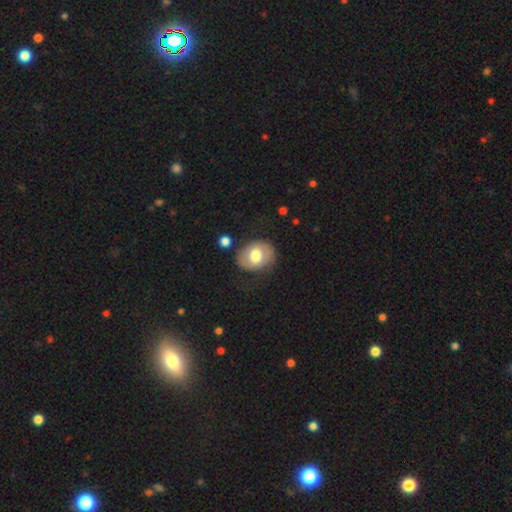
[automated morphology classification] smooth-or-featured: smooth: 61% | featured or disk: 32% | star or artifact: 7%
  how-rounded: in between: 60% | round: 39% | cigar-shaped: 1%
  merging: none: 72% | minor disturbance: 17% | major disturbance: 8% | merger: 3%